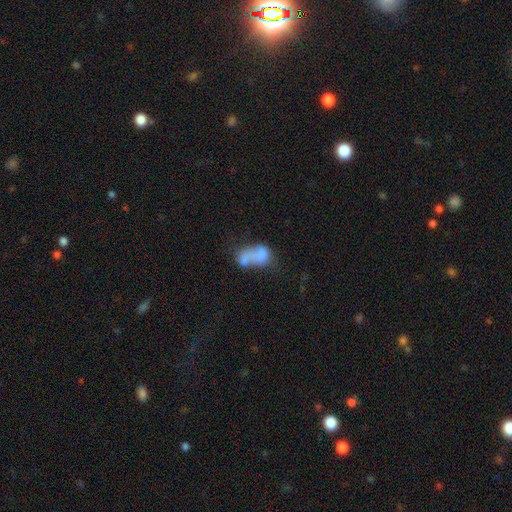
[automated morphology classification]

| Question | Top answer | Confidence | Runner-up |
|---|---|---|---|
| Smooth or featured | smooth | 61% | featured or disk (28%) |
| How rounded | in between | 78% | round (19%) |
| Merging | merger | 60% | none (16%) |